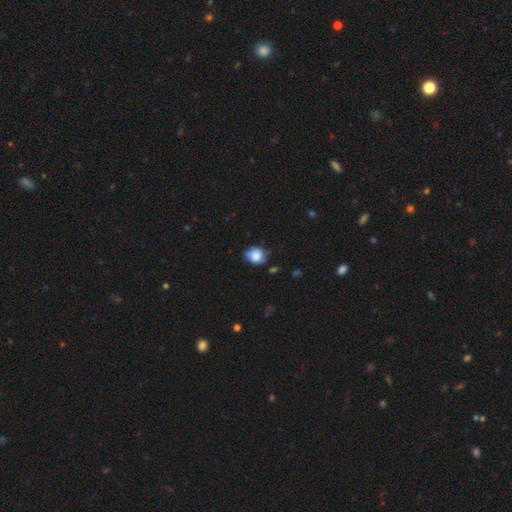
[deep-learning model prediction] Smooth or featured? smooth (80%)
How rounded? round (59%)
Merging? none (60%)